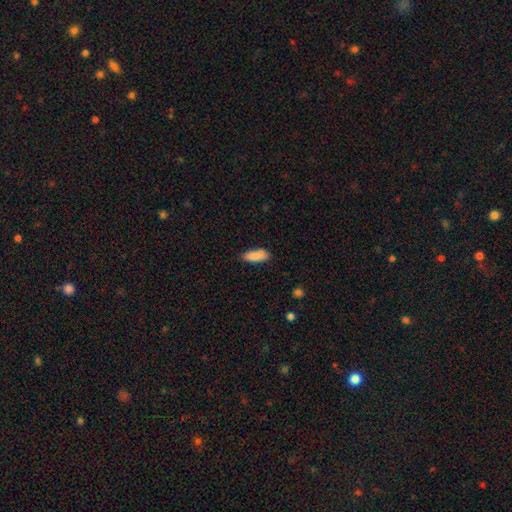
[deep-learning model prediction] smooth 86%, star or artifact 7%, featured or disk 7%. Down the decision tree: how rounded — in between (69%); merging — none (72%).